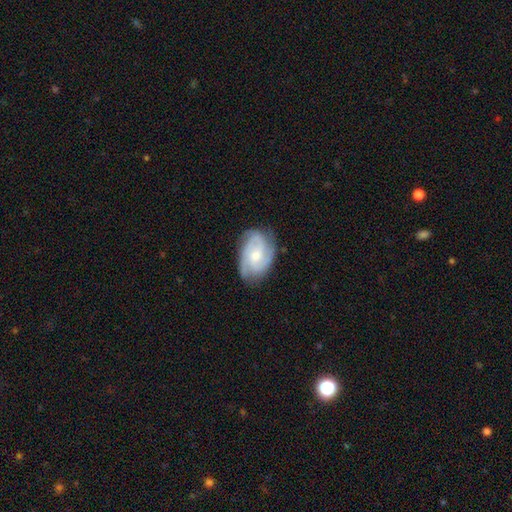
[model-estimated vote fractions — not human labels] Smooth or featured: featured or disk — 80% (smooth — 14%)
Edge-on disk: no — 97% (yes — 3%)
Bar: no — 61% (weak — 33%)
Spiral arms: yes — 96% (no — 4%)
Spiral winding: tight — 50% (medium — 41%)
Spiral arm count: 3 — 48% (2 — 22%)
Bulge size: moderate — 47% (small — 46%)
Merging: none — 73% (minor disturbance — 20%)